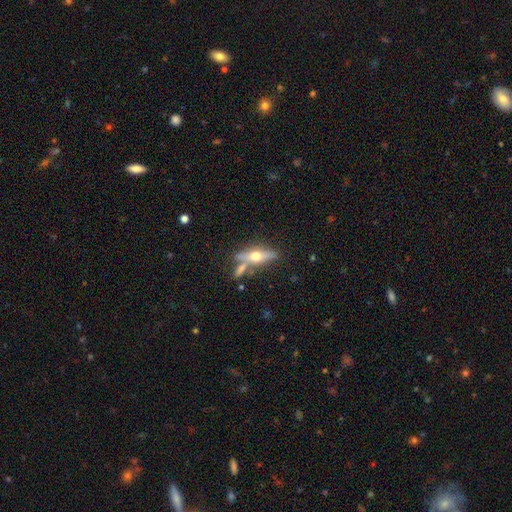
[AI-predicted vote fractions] This is likely a featured or disk galaxy (62%). It is clearly viewed edge-on (89%). Edge-on bulge: clearly rounded (96%). Merging: likely none (62%).